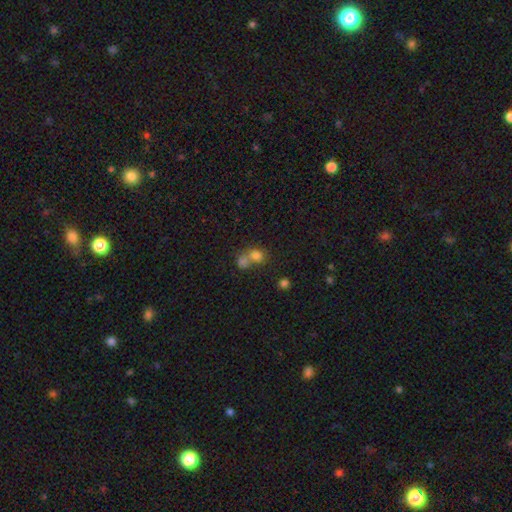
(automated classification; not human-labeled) Q: Smooth or featured?
A: smooth (76%); runner-up: star or artifact (14%)
Q: How rounded?
A: round (66%); runner-up: in between (33%)
Q: Merging?
A: merger (53%); runner-up: none (36%)